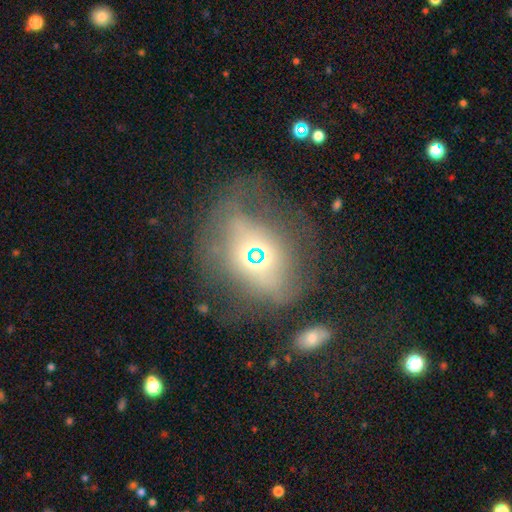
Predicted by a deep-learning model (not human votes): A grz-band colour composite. It shows a featured or disk galaxy (54%). Merging: none (43%).